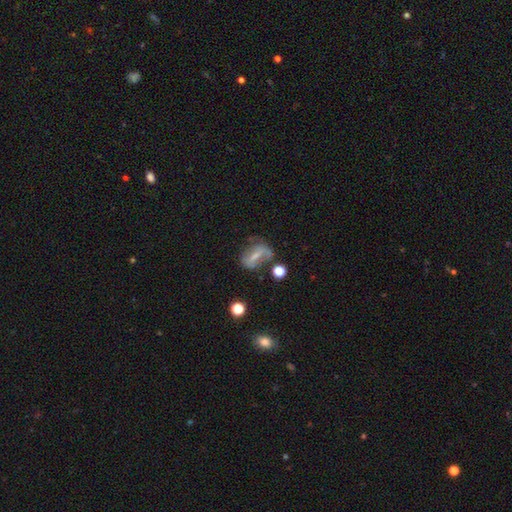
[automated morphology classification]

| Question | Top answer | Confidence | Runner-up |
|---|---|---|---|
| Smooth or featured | featured or disk | 54% | smooth (34%) |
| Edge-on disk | no | 92% | yes (8%) |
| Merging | none | 45% | minor disturbance (25%) |